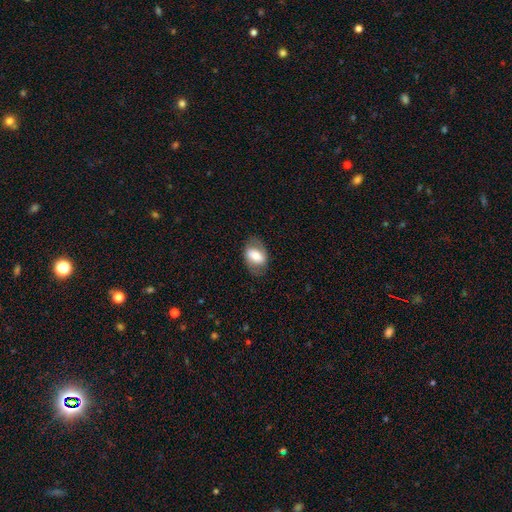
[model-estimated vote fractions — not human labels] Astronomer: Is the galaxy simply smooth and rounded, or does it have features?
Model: smooth — 56% (runner-up: featured or disk, 37%).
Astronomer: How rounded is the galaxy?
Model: in between — 83%.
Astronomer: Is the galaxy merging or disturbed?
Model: none — 77%.